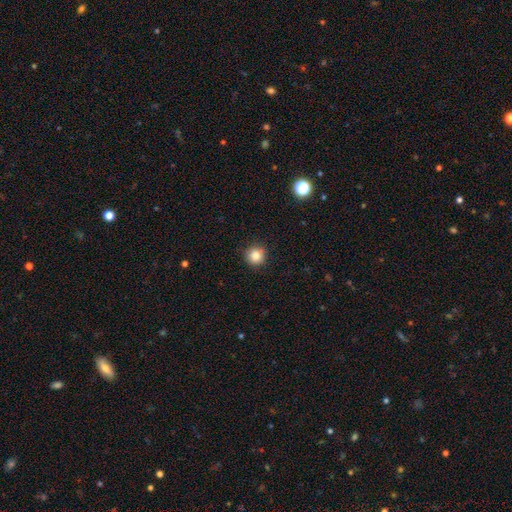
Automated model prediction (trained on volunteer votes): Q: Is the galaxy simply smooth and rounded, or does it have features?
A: smooth — 85%.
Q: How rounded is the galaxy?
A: round — 94%.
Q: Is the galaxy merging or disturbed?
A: none — 88%.